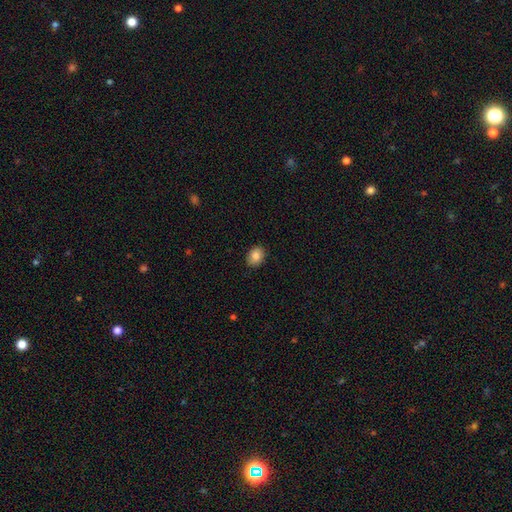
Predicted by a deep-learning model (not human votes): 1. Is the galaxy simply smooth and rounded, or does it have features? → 85% smooth, 8% star or artifact, 7% featured or disk.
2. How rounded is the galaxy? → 67% in between, 32% round, 1% cigar-shaped.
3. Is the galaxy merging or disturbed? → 87% none, 10% minor disturbance, 2% major disturbance, 1% merger.